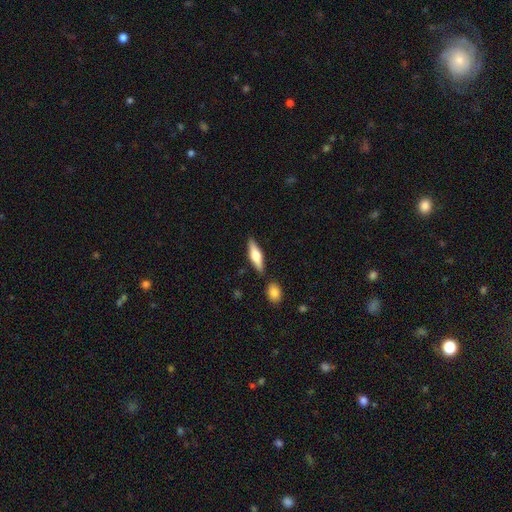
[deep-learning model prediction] smooth-or-featured: smooth: 48% | featured or disk: 46% | star or artifact: 6%
  merging: none: 83% | minor disturbance: 10% | merger: 5% | major disturbance: 2%